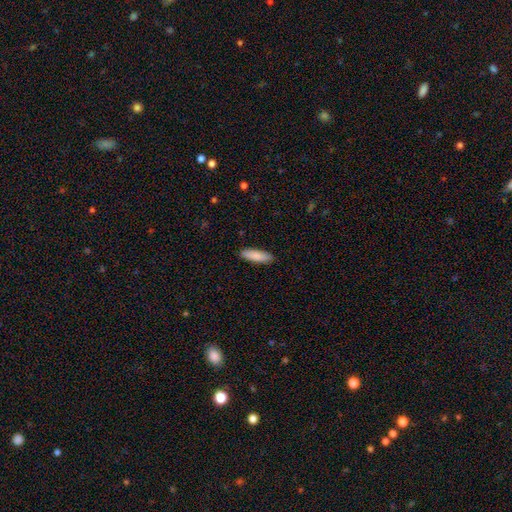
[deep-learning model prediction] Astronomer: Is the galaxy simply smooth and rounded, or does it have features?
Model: smooth — 87%.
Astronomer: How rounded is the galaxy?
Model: cigar-shaped — 56% (runner-up: in between, 43%).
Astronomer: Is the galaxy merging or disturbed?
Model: none — 90%.